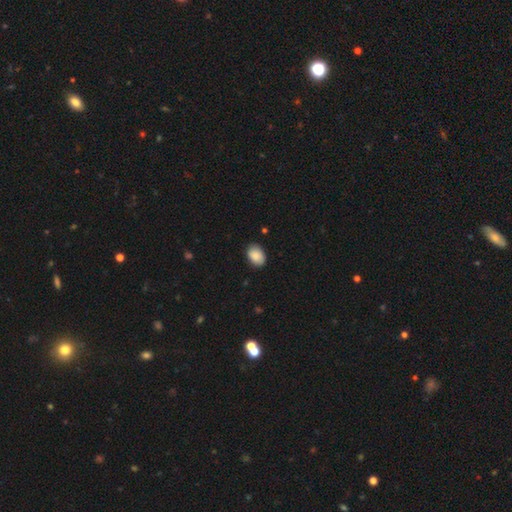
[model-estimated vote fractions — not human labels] smooth 89%, star or artifact 7%, featured or disk 5%. Down the decision tree: how rounded — in between (81%); merging — none (84%).